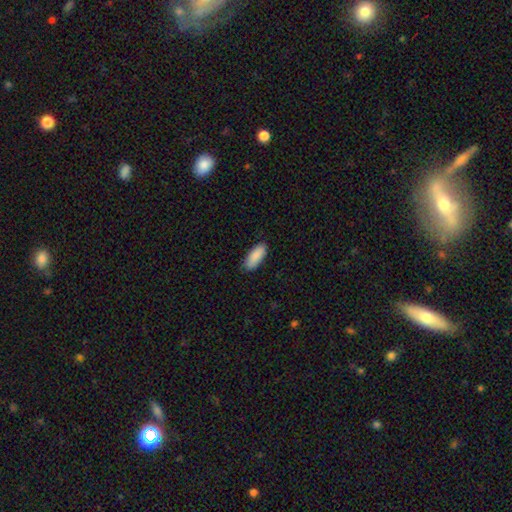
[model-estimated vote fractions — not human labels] This appears to be a smooth galaxy with no disk features (90%) that is in between round and cigar-shaped (82%). Merging: none (85%).